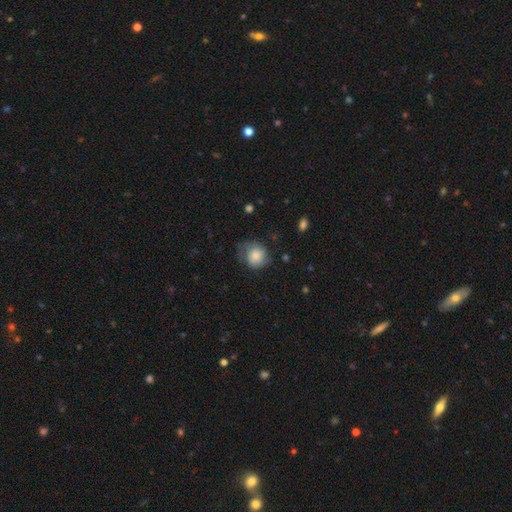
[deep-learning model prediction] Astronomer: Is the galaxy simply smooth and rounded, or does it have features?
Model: smooth — 66%.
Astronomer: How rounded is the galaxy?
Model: round — 78%.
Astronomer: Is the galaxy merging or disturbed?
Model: none — 50% (runner-up: minor disturbance, 30%).